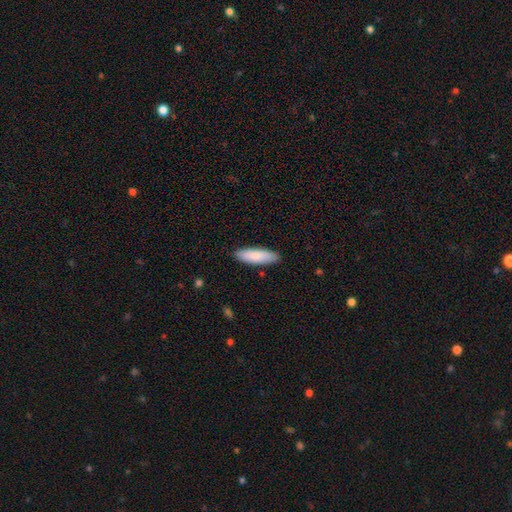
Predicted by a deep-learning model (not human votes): A smooth galaxy with no disk features (86%) that is cigar-shaped (56%).

Vote fractions:
- Smooth or featured? smooth: 86% / featured or disk: 9% / star or artifact: 5%
- How rounded? cigar-shaped: 56% / in between: 43% / round: 1%
- Merging? none: 89% / minor disturbance: 8% / major disturbance: 2% / merger: 1%